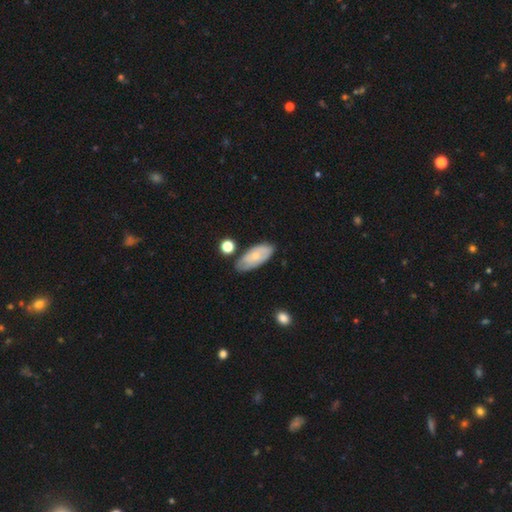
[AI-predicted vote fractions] This appears to be a smooth galaxy with no disk features (55%) that is in between round and cigar-shaped (89%). Merging: none (68%).